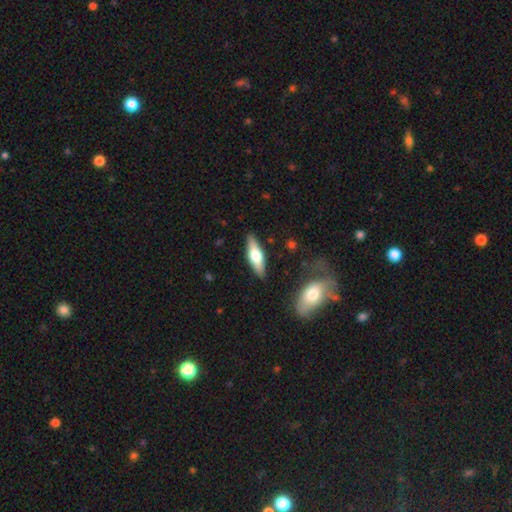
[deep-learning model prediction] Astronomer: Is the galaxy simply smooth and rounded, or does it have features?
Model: smooth — 49% (runner-up: featured or disk, 45%).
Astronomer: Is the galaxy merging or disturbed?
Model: none — 87%.